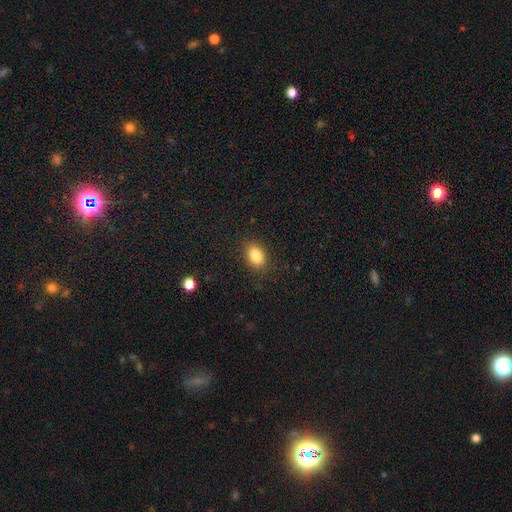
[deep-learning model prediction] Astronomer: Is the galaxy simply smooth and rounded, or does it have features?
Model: smooth — 85%.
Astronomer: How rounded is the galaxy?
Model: in between — 86%.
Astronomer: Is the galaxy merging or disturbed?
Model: none — 86%.